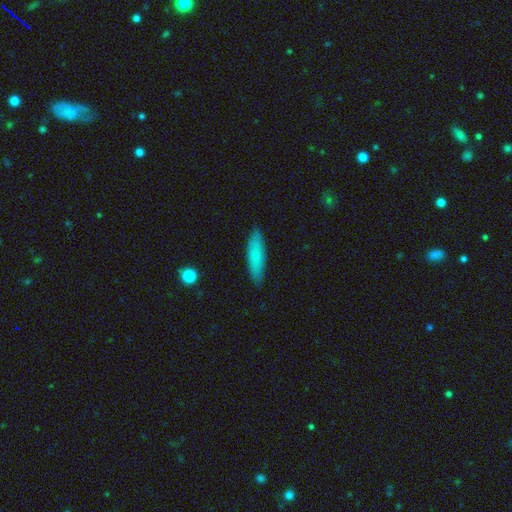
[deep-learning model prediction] smooth_or_featured: smooth (p=0.76) [alt: featured or disk p=0.17]
how_rounded: cigar-shaped (p=0.70) [alt: in between p=0.29]
merging: none (p=0.88) [alt: minor disturbance p=0.09]